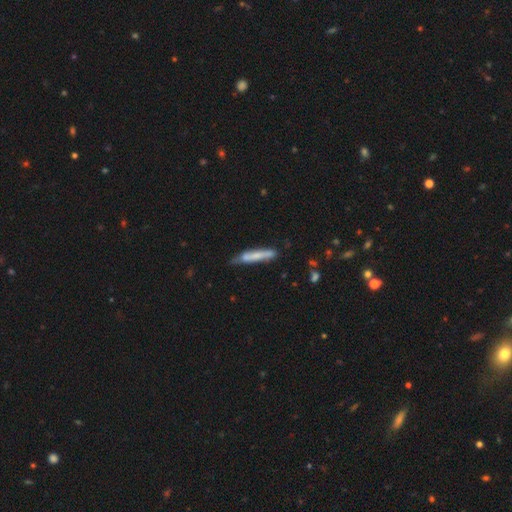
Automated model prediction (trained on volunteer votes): smooth 61%, featured or disk 33%, star or artifact 7%. Down the decision tree: how rounded — cigar-shaped (92%); merging — none (61%).